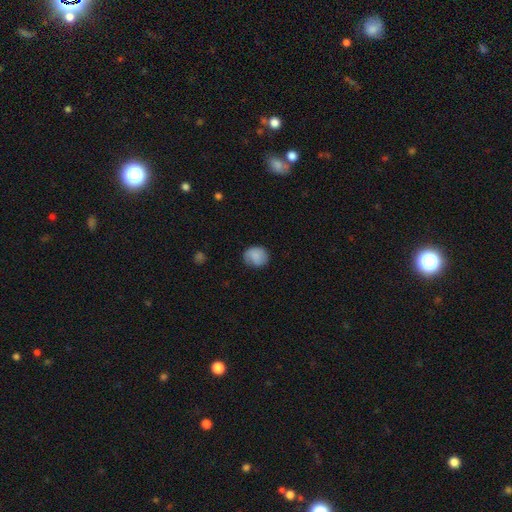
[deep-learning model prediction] Overall: smooth (80%). How rounded: round (72%). Merging: none (70%).